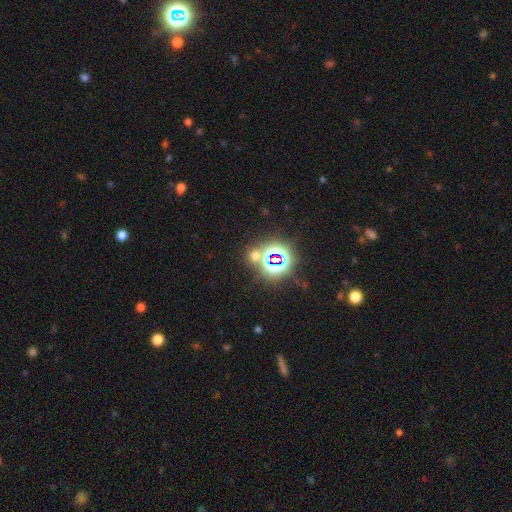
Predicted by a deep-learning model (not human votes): A star or artifact, not a galaxy (57%).

Vote fractions:
- Smooth or featured? star or artifact: 57% / smooth: 36% / featured or disk: 8%